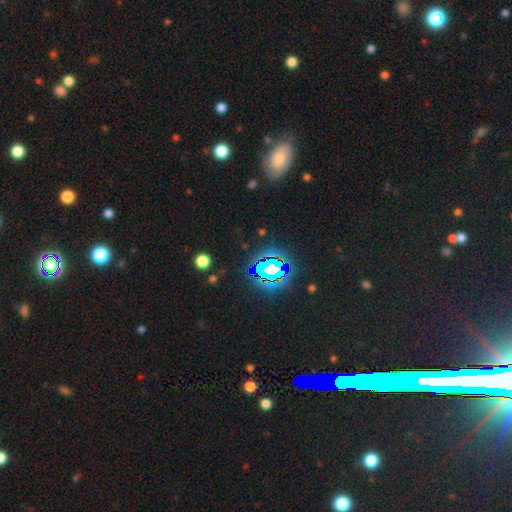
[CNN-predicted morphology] The model was most divided on "smooth or featured": star or artifact: 75%, smooth: 14%, featured or disk: 11%.